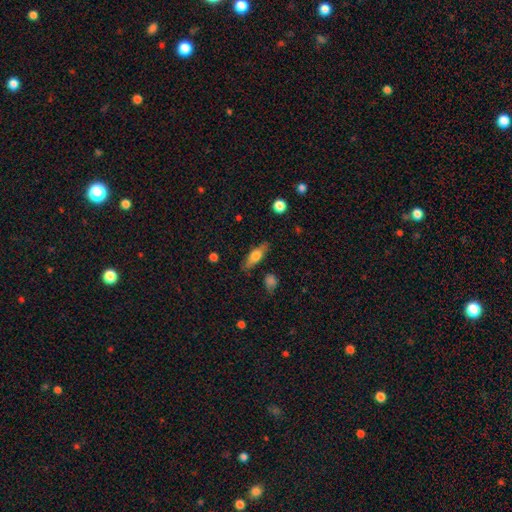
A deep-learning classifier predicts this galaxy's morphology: A smooth galaxy with no disk features (64%) that is in between round and cigar-shaped (56%). Merging: none (83%).